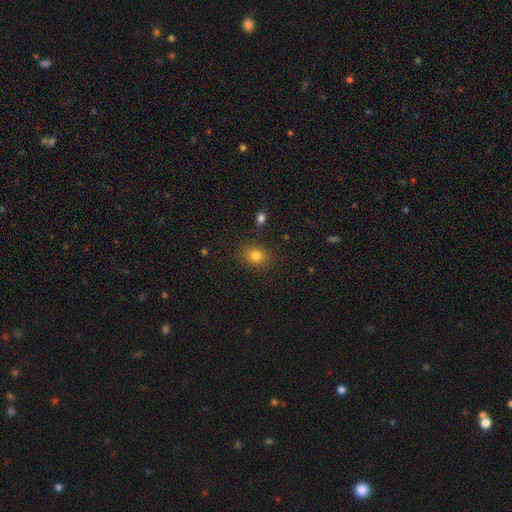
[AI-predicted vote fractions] smooth 81%, star or artifact 12%, featured or disk 7%. Down the decision tree: how rounded — round (58%); merging — none (84%).